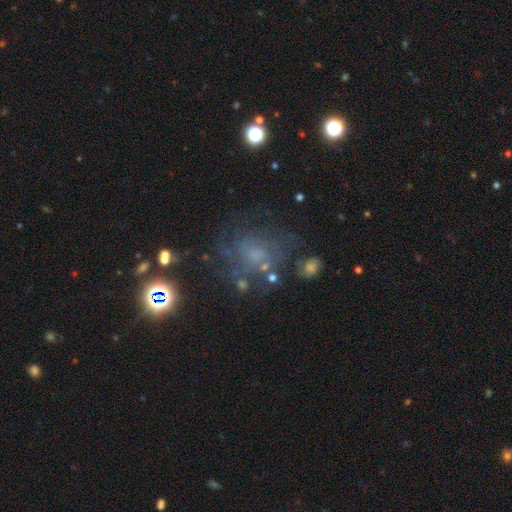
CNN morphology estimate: featured or disk 45%, star or artifact 29%, smooth 26%. Down the decision tree: merging — none (58%).